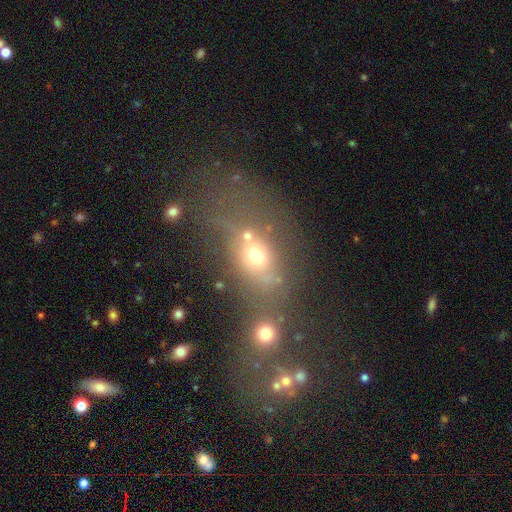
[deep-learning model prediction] Smooth or featured: smooth — 57% (star or artifact — 23%)
How rounded: in between — 56% (round — 38%)
Merging: none — 39% (merger — 36%)